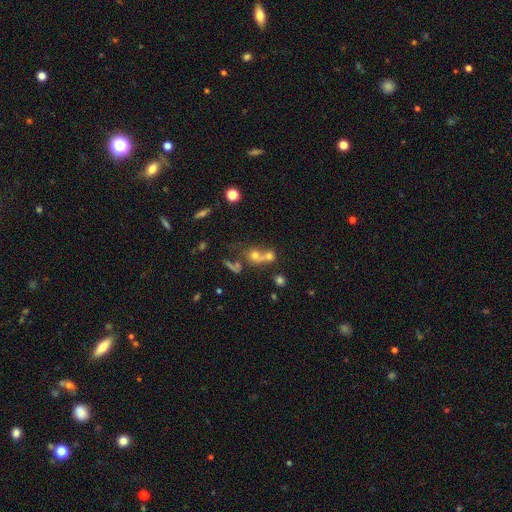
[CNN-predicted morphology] A smooth galaxy with no disk features (52%) that is round (72%). Merging: merger (53%).